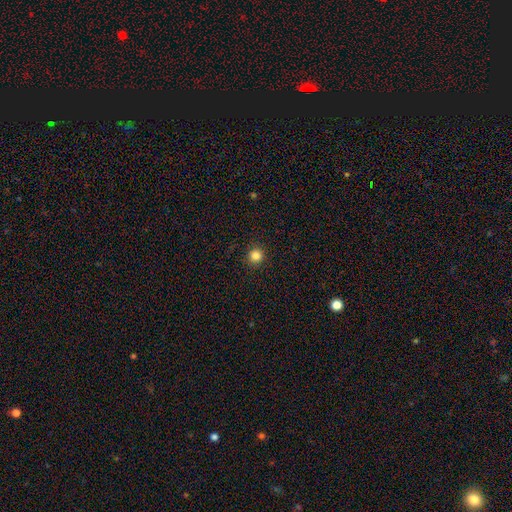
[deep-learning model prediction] smooth-or-featured: smooth: 84% | star or artifact: 12% | featured or disk: 4%
  how-rounded: round: 95% | in between: 4% | cigar-shaped: 1%
  merging: none: 92% | minor disturbance: 5% | major disturbance: 2% | merger: 1%